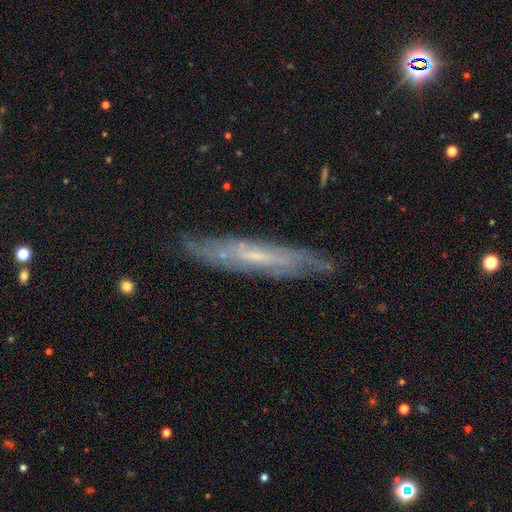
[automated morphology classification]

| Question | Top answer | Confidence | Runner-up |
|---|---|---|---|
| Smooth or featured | featured or disk | 68% | smooth (24%) |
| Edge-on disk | yes | 61% | no (39%) |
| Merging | none | 78% | minor disturbance (16%) |